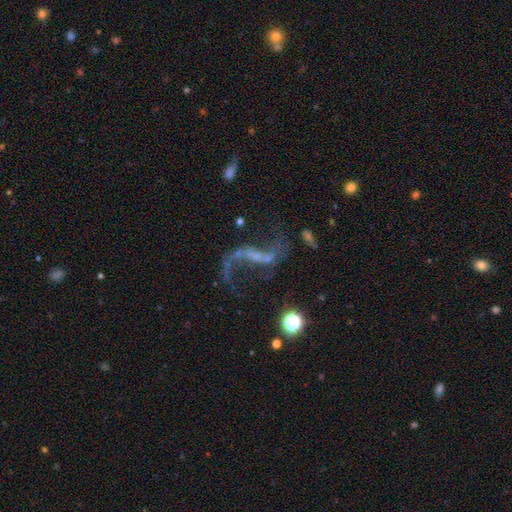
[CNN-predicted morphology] Smooth or featured?
  - featured or disk: 86% *
  - star or artifact: 9%
  - smooth: 5%
Edge-on disk?
  - no: 96% *
  - yes: 4%
Bar?
  - strong: 38% *
  - weak: 37%
  - no: 26%
Spiral arms?
  - yes: 94% *
  - no: 6%
Spiral winding?
  - loose: 90% *
  - medium: 8%
  - tight: 2%
Spiral arm count?
  - 2: 92% *
  - 1: 4%
  - can't tell: 2%
  - 3: 1%
  - 4: 1%
  - more than 4: 1%
Bulge size?
  - small: 45% *
  - none: 41%
  - moderate: 11%
  - large: 2%
  - dominant: 1%
Merging?
  - none: 62% *
  - major disturbance: 17%
  - minor disturbance: 15%
  - merger: 6%